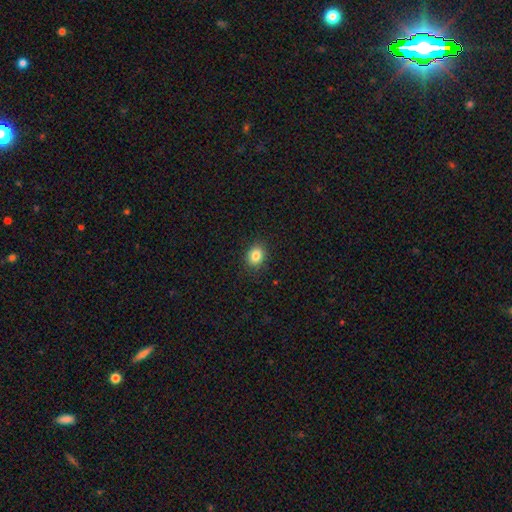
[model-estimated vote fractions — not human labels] smooth 84%, star or artifact 10%, featured or disk 5%. Down the decision tree: how rounded — round (52%); merging — none (89%).